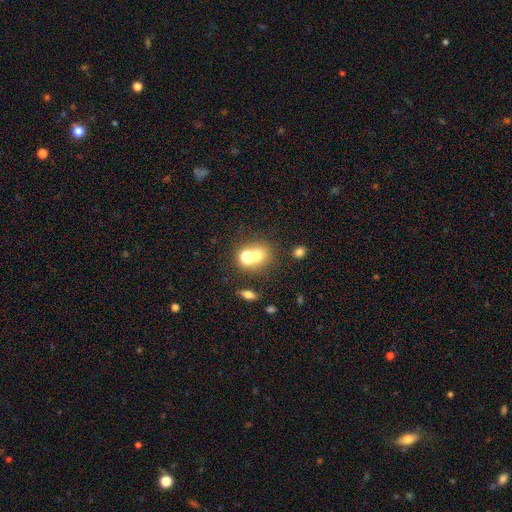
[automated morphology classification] Smooth or featured?
  - smooth: 65% *
  - star or artifact: 19%
  - featured or disk: 17%
How rounded?
  - round: 72% *
  - in between: 26%
  - cigar-shaped: 1%
Merging?
  - merger: 44% *
  - none: 43%
  - minor disturbance: 8%
  - major disturbance: 4%